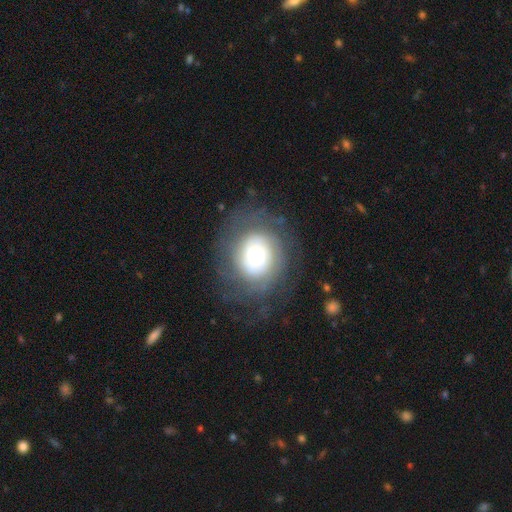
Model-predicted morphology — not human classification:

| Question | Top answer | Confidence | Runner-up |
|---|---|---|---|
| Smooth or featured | featured or disk | 54% | smooth (36%) |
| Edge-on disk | no | 97% | yes (3%) |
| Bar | no | 79% | weak (16%) |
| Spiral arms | yes | 72% | no (28%) |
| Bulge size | moderate | 47% | large (26%) |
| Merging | none | 69% | minor disturbance (16%) |